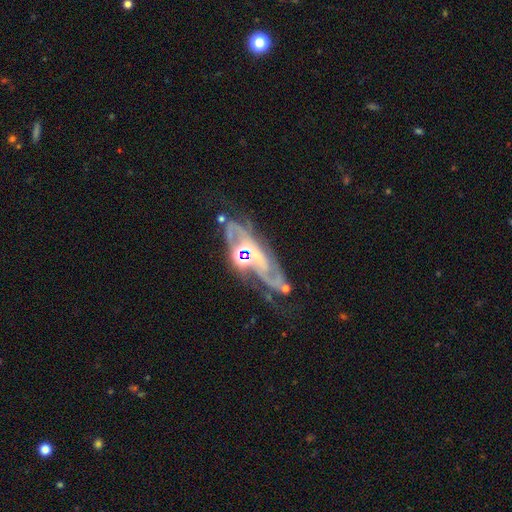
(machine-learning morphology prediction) Smooth or featured: featured or disk — 85% (star or artifact — 9%)
Edge-on disk: no — 89% (yes — 11%)
Bar: weak — 40% (no — 34%)
Spiral arms: yes — 95% (no — 5%)
Spiral winding: medium — 49% (tight — 35%)
Spiral arm count: 2 — 63% (can't tell — 14%)
Bulge size: small — 48% (moderate — 33%)
Merging: none — 55% (minor disturbance — 20%)